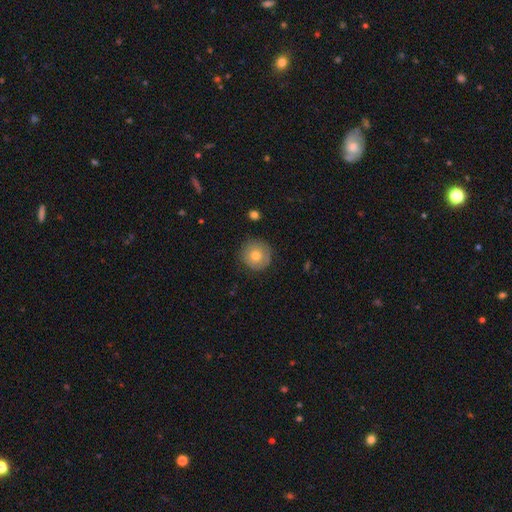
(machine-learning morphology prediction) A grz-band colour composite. It shows a smooth galaxy with no disk features (73%) that is round (95%). Merging: none (84%).